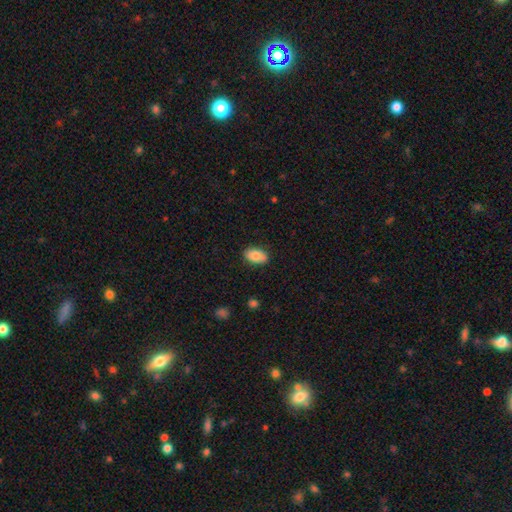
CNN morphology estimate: smooth-or-featured: smooth: 84% | featured or disk: 9% | star or artifact: 7%
  how-rounded: in between: 92% | round: 6% | cigar-shaped: 2%
  merging: none: 86% | minor disturbance: 11% | major disturbance: 2% | merger: 1%